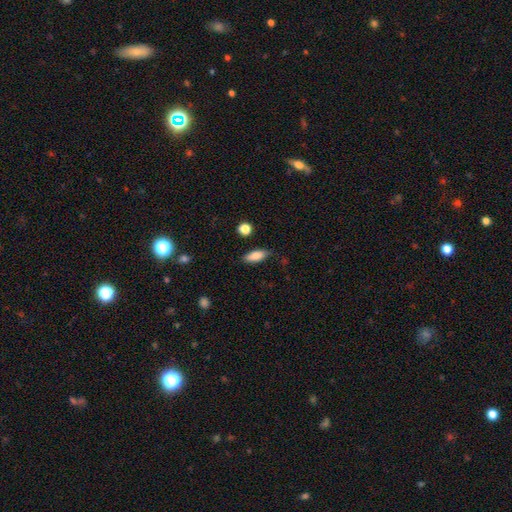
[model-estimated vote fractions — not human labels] smooth-or-featured: smooth: 84% | featured or disk: 9% | star or artifact: 7%
  how-rounded: in between: 76% | cigar-shaped: 21% | round: 3%
  merging: none: 80% | minor disturbance: 15% | major disturbance: 3% | merger: 2%